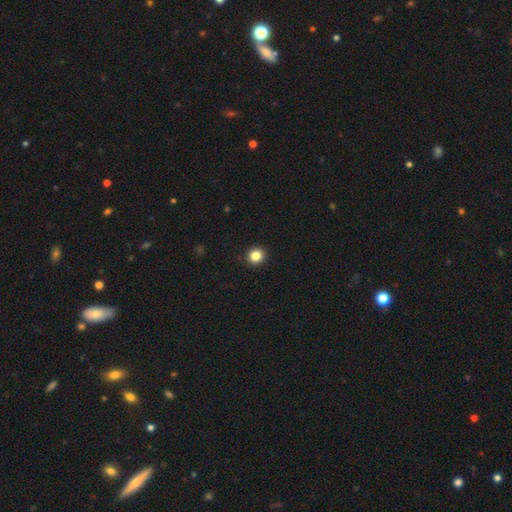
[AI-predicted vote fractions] smooth 85%, star or artifact 11%, featured or disk 4%. Down the decision tree: how rounded — round (91%); merging — none (93%).